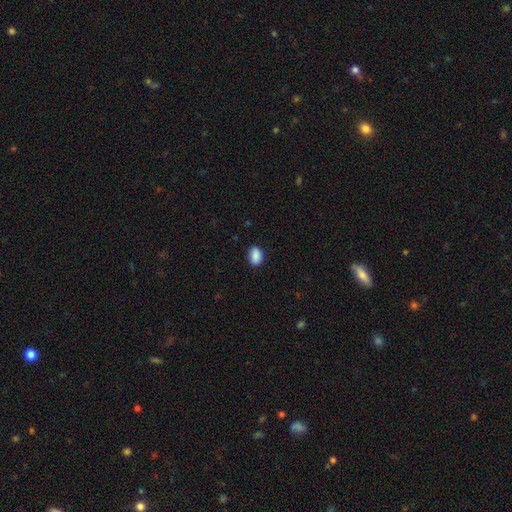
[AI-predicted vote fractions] This appears to be a smooth galaxy with no disk features (89%) that is in between round and cigar-shaped (78%). Merging: none (86%).